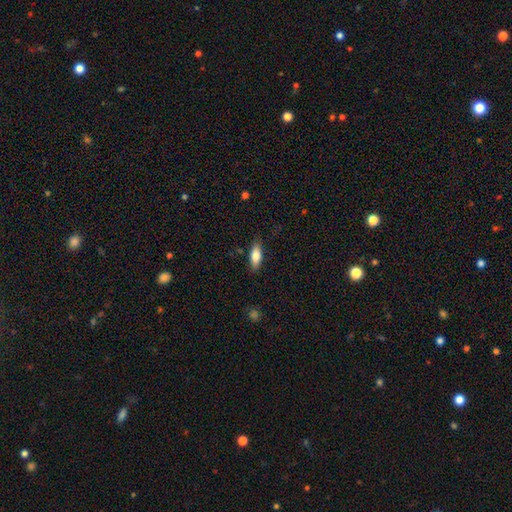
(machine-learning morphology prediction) This appears to be a smooth galaxy with no disk features (77%) that is in between round and cigar-shaped (71%). Merging: none (84%).